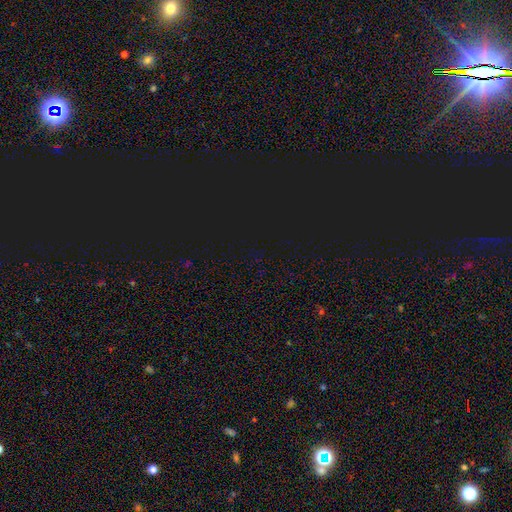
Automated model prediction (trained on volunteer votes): Smooth or featured: star or artifact — 80% (smooth — 14%)